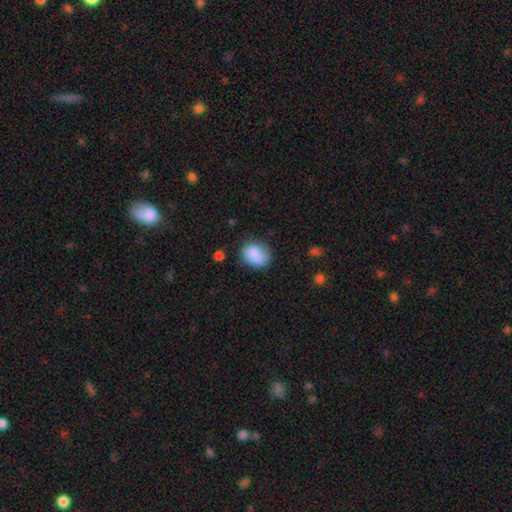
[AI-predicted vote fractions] This is likely a smooth galaxy (78%). How rounded: possibly round (50%). Merging: possibly none (57%).